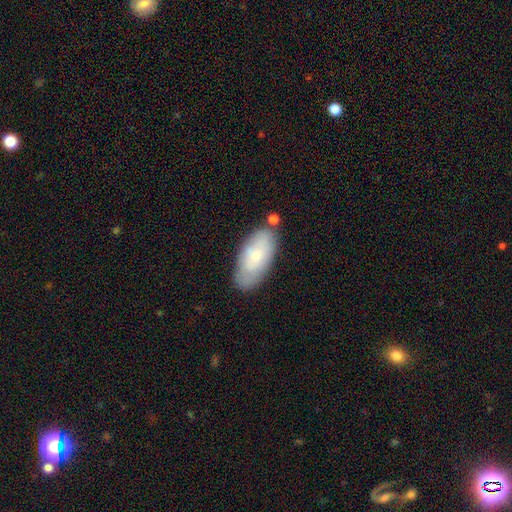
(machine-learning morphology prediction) Smooth or featured?
  - smooth: 65% *
  - featured or disk: 29%
  - star or artifact: 7%
How rounded?
  - in between: 90% *
  - cigar-shaped: 7%
  - round: 2%
Merging?
  - none: 73% *
  - minor disturbance: 18%
  - merger: 6%
  - major disturbance: 4%